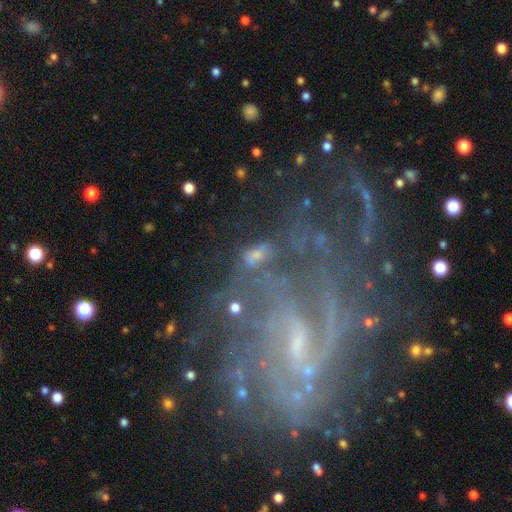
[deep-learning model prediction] Morphology: type=featured or disk (40%); merging=none (48%).